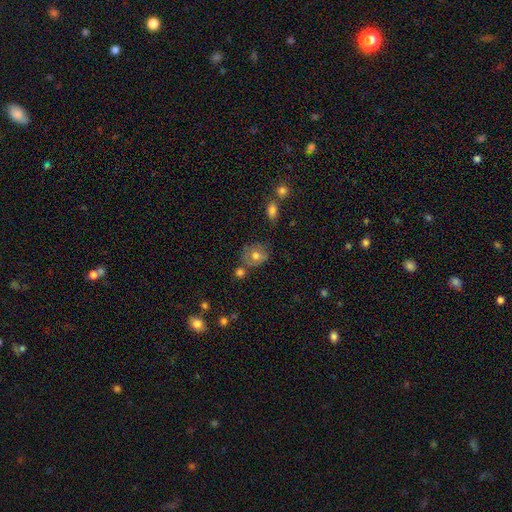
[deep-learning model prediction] This is likely a smooth galaxy (63%). How rounded: likely round (64%). Merging: possibly none (53%).